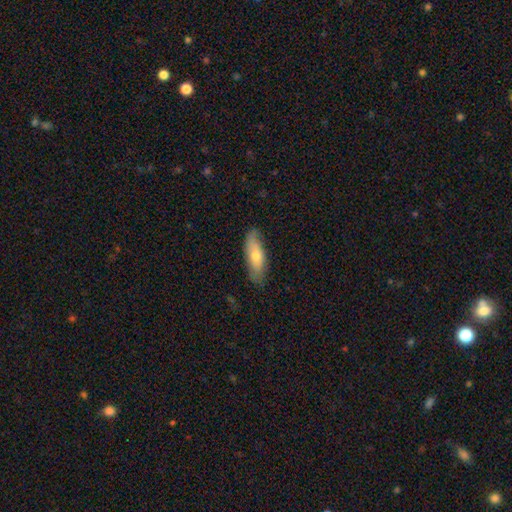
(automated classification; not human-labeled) smooth 64%, featured or disk 30%, star or artifact 6%. Down the decision tree: how rounded — in between (56%); merging — none (80%).